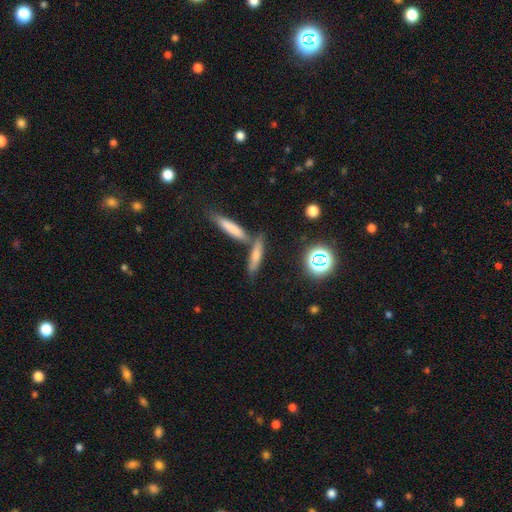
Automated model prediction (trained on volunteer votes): The model was most divided on "merging": none: 60%, merger: 26%, minor disturbance: 11%, major disturbance: 4%. More confident: how rounded — cigar-shaped (75%); smooth or featured — smooth (66%).